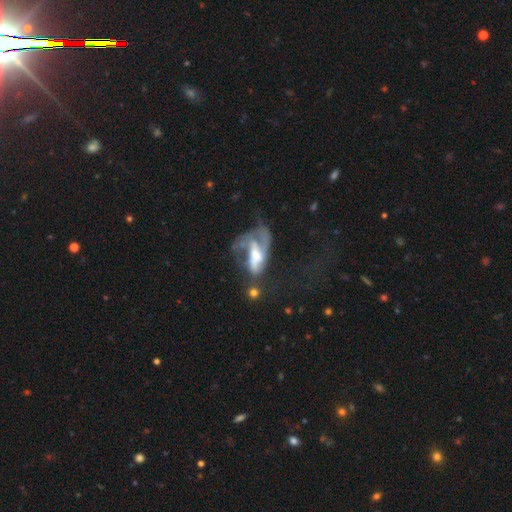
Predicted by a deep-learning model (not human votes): Q: Smooth or featured?
A: featured or disk (64%); runner-up: smooth (27%)
Q: Edge-on disk?
A: no (92%); runner-up: yes (8%)
Q: Bar?
A: no (49%); runner-up: weak (33%)
Q: Spiral arms?
A: yes (61%); runner-up: no (39%)
Q: Bulge size?
A: moderate (46%); runner-up: small (20%)
Q: Merging?
A: major disturbance (52%); runner-up: none (19%)